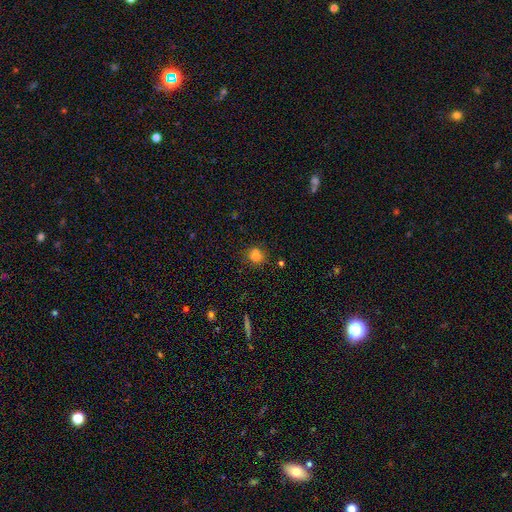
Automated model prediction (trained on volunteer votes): smooth 78%, star or artifact 14%, featured or disk 8%. Down the decision tree: how rounded — round (85%); merging — none (69%).